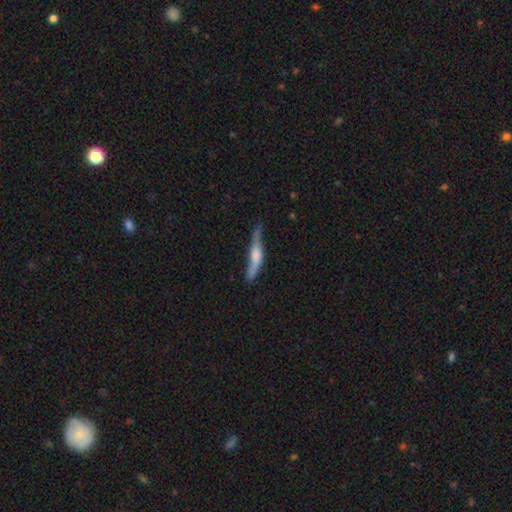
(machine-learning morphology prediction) Overall: featured or disk (56%; smooth 38%). Edge-on disk: yes (82%). Merging: none (60%; minor disturbance 28%).